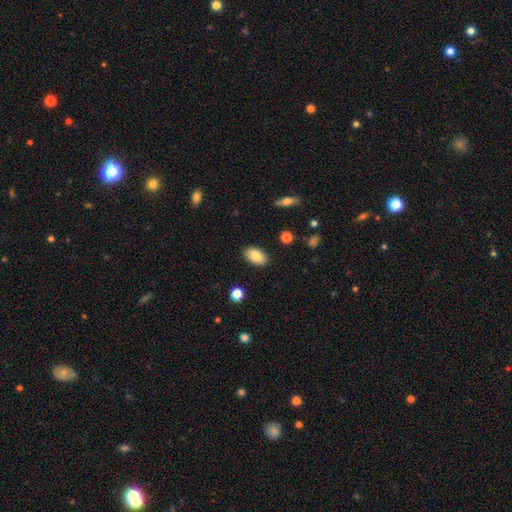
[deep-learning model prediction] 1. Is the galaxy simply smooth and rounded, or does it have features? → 84% smooth, 9% featured or disk, 7% star or artifact.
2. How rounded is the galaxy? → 93% in between, 5% round, 2% cigar-shaped.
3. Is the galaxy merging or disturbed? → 88% none, 9% minor disturbance, 2% major disturbance, 1% merger.